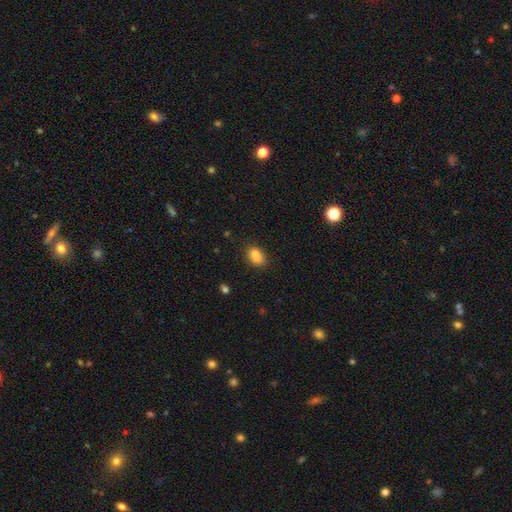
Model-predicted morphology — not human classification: Overall: smooth (82%). How rounded: in between (82%). Merging: none (60%).